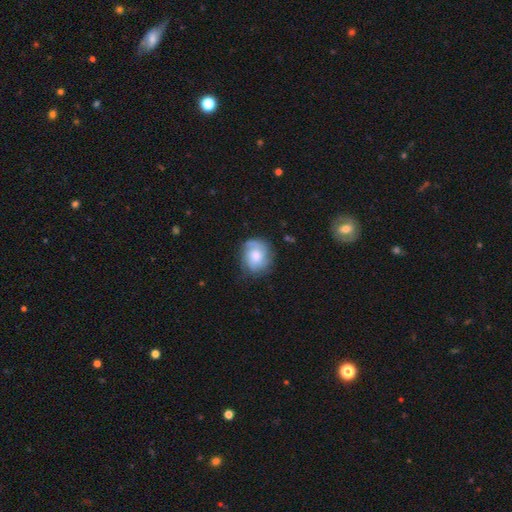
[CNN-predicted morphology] Smooth or featured? featured or disk (58%)
Edge-on disk? no (97%)
Bar? no (75%)
Spiral arms? yes (88%)
Bulge size? moderate (52%)
Merging? none (70%)